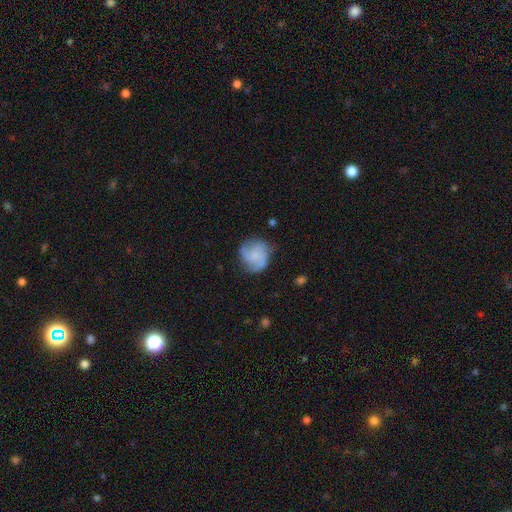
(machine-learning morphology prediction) Q: Smooth or featured?
A: featured or disk (55%); runner-up: smooth (37%)
Q: Edge-on disk?
A: no (98%); runner-up: yes (2%)
Q: Bar?
A: no (75%); runner-up: weak (22%)
Q: Spiral arms?
A: yes (88%); runner-up: no (12%)
Q: Bulge size?
A: small (53%); runner-up: none (26%)
Q: Merging?
A: none (67%); runner-up: minor disturbance (22%)